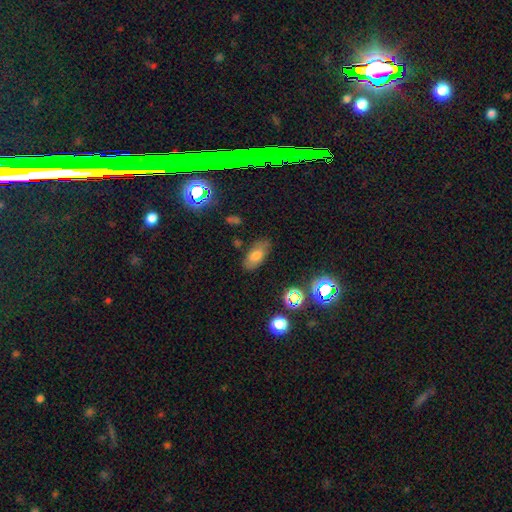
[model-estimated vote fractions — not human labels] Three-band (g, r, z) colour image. It shows a smooth galaxy with no disk features (74%) that is in between round and cigar-shaped (90%). Merging: none (81%).